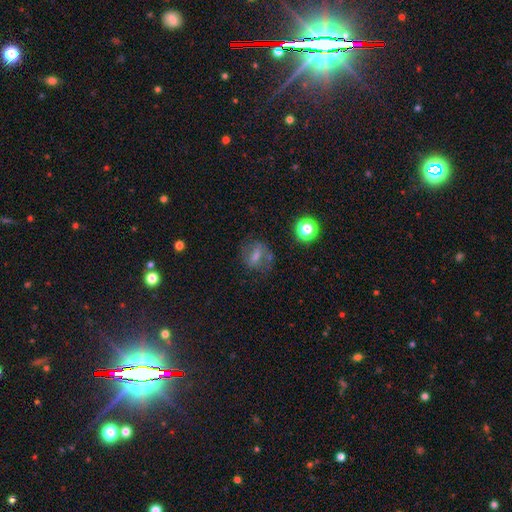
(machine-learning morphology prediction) Smooth or featured? smooth (49%)
Merging? none (63%)